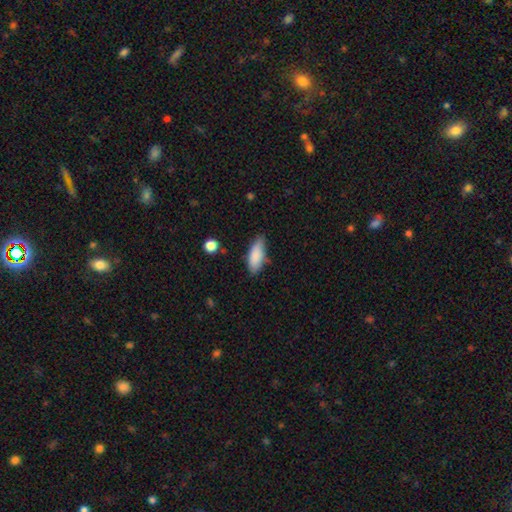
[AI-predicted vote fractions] Smooth or featured? Predicted: smooth (p=0.86). How rounded? Predicted: in between (p=0.77). Merging? Predicted: none (p=0.69).